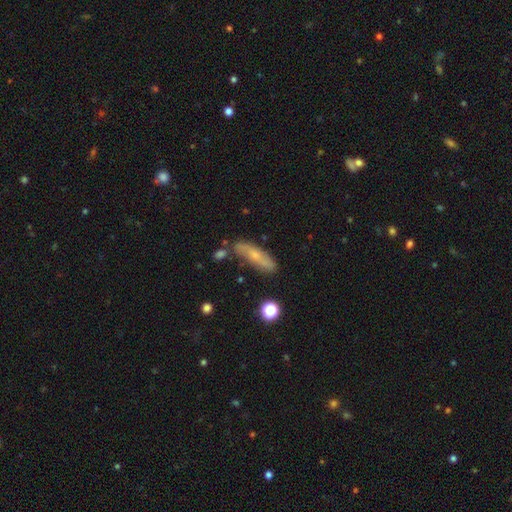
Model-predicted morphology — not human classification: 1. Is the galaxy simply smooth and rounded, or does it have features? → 53% smooth, 38% featured or disk, 8% star or artifact.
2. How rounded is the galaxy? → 64% cigar-shaped, 33% in between, 3% round.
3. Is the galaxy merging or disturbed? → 69% none, 20% minor disturbance, 7% merger, 5% major disturbance.